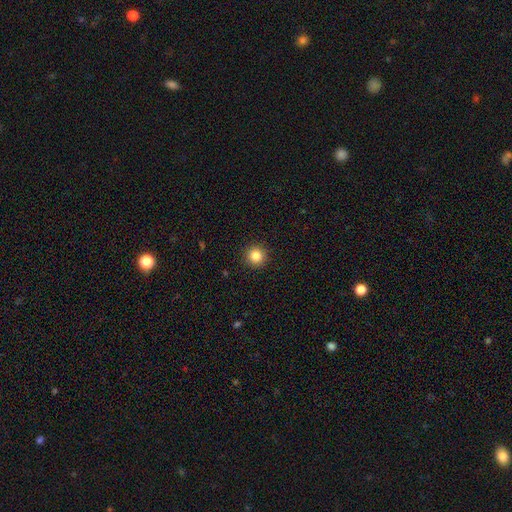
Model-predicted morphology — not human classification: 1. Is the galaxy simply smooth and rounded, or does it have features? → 84% smooth, 11% star or artifact, 5% featured or disk.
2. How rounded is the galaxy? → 95% round, 4% in between, 1% cigar-shaped.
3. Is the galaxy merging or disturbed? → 93% none, 5% minor disturbance, 2% major disturbance, 1% merger.